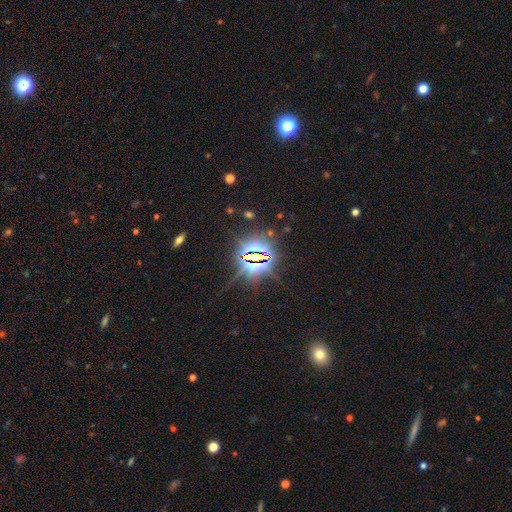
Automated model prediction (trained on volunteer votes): Smooth or featured? star or artifact (82%)